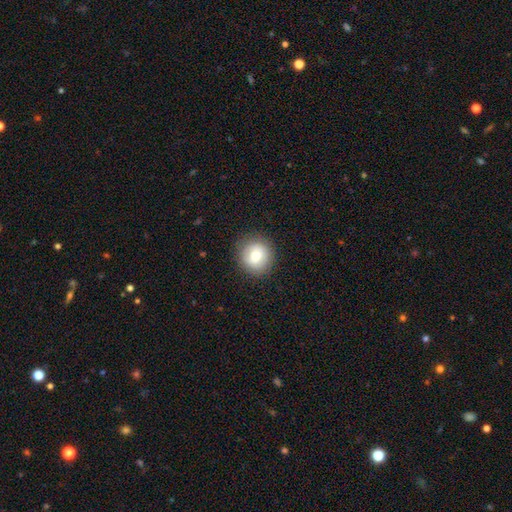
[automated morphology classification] A smooth galaxy with no disk features (70%) that is round (91%).

Vote fractions:
- Smooth or featured? smooth: 70% / featured or disk: 20% / star or artifact: 10%
- How rounded? round: 91% / in between: 8% / cigar-shaped: 1%
- Merging? none: 87% / minor disturbance: 9% / major disturbance: 3% / merger: 1%